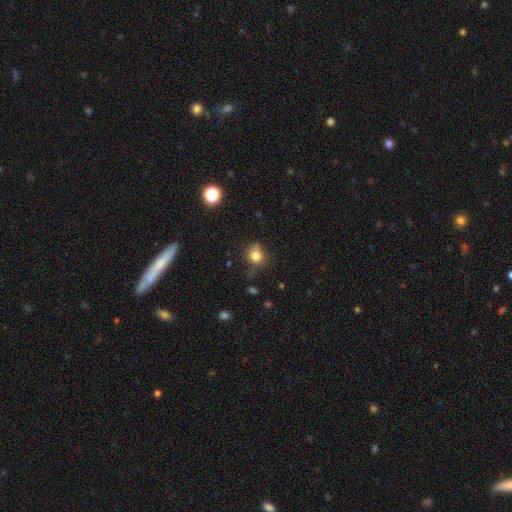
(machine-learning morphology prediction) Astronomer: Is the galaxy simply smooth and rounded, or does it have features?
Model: smooth — 80%.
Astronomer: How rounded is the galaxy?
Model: round — 74%.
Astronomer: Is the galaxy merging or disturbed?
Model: none — 67%.